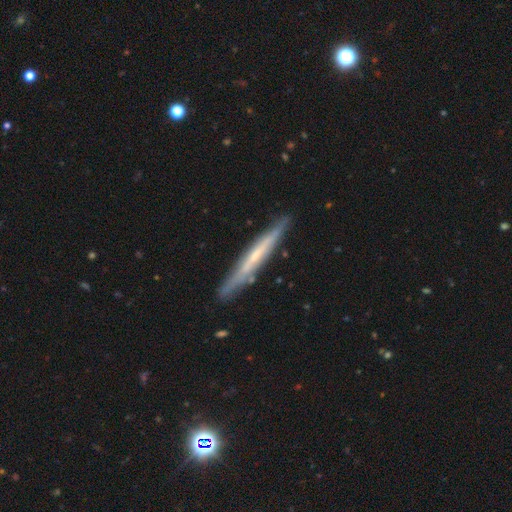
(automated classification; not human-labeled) Smooth or featured?
  - featured or disk: 63% *
  - smooth: 31%
  - star or artifact: 6%
Edge-on disk?
  - yes: 91% *
  - no: 9%
Edge-on bulge?
  - none: 65% *
  - rounded: 28%
  - boxy: 7%
Merging?
  - none: 85% *
  - minor disturbance: 11%
  - major disturbance: 2%
  - merger: 2%